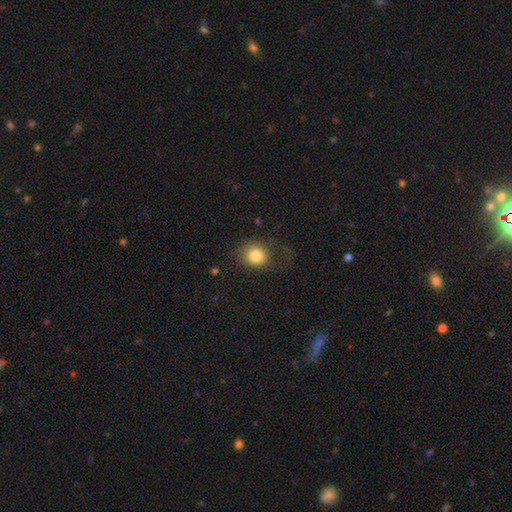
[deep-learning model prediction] smooth 81%, star or artifact 10%, featured or disk 9%. Down the decision tree: how rounded — round (74%); merging — none (63%).